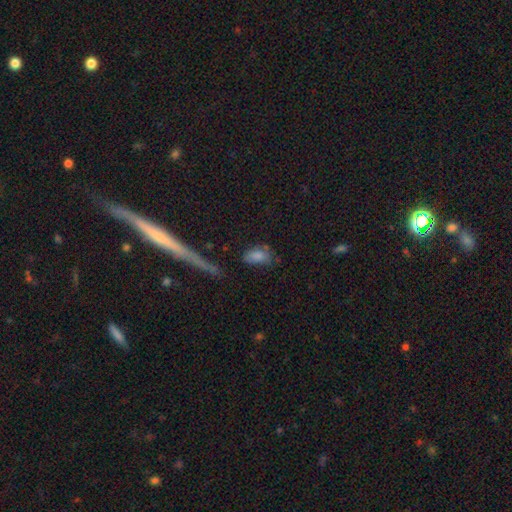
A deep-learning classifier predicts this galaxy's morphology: A smooth galaxy with no disk features (79%) that is in between round and cigar-shaped (87%). Merging: none (56%).